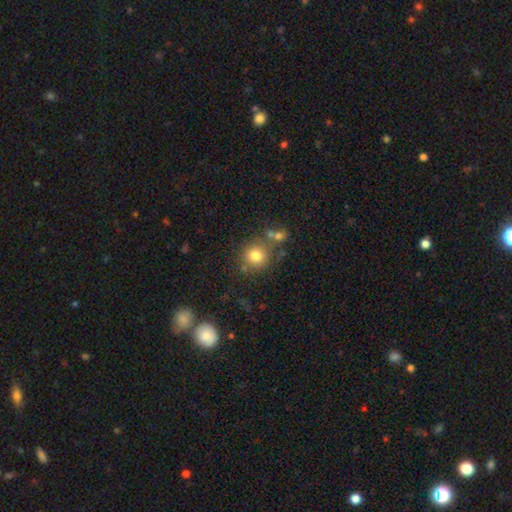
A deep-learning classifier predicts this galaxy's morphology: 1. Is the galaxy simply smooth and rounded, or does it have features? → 78% smooth, 13% star or artifact, 10% featured or disk.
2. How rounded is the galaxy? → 86% round, 13% in between, 1% cigar-shaped.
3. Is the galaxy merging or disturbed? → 70% none, 13% merger, 12% minor disturbance, 5% major disturbance.